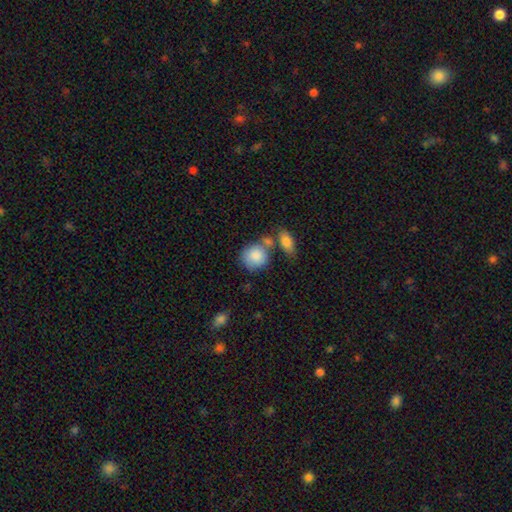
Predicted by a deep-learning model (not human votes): This appears to be a smooth galaxy with no disk features (86%) that is round (74%). Merging: none (51%).